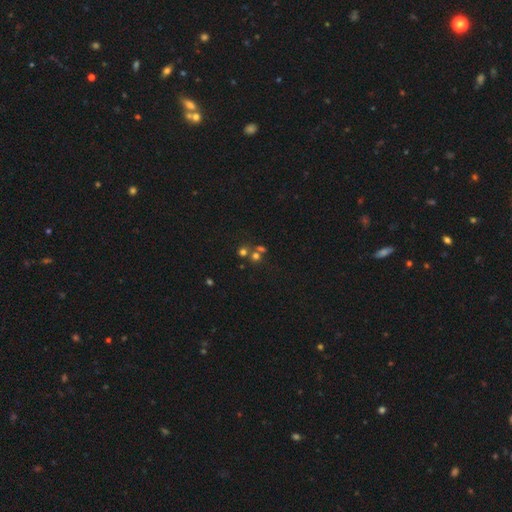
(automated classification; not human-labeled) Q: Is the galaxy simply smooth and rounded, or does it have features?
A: smooth — 57%.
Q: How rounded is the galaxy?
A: round — 87%.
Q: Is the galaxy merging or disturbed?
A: none — 53%.